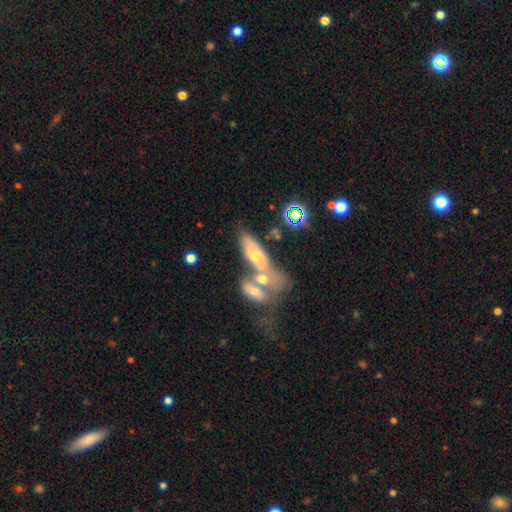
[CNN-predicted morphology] A featured or disk galaxy (48%). Merging: merger (50%).